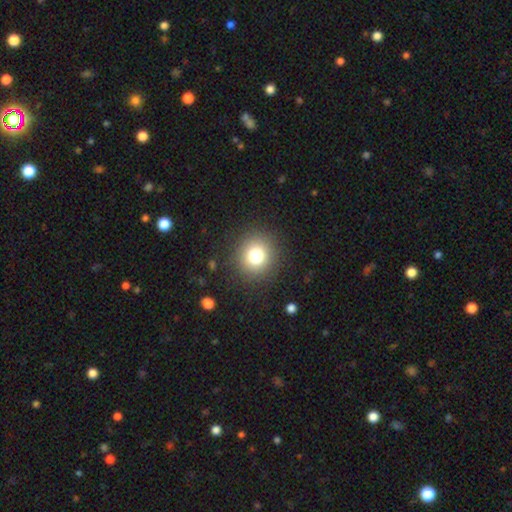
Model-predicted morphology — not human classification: Overall: smooth (77%). How rounded: round (89%). Merging: none (89%).